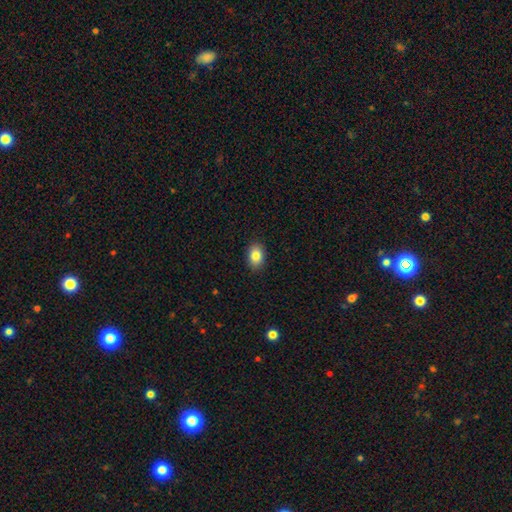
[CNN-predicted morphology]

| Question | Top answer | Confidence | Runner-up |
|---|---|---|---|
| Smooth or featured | smooth | 85% | star or artifact (8%) |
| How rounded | in between | 80% | round (18%) |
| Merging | none | 89% | minor disturbance (8%) |